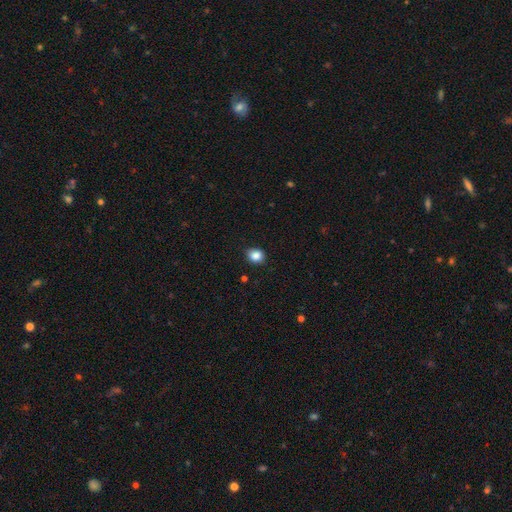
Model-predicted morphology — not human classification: type=smooth (86%); roundness=round (65%); merging=none (86%).